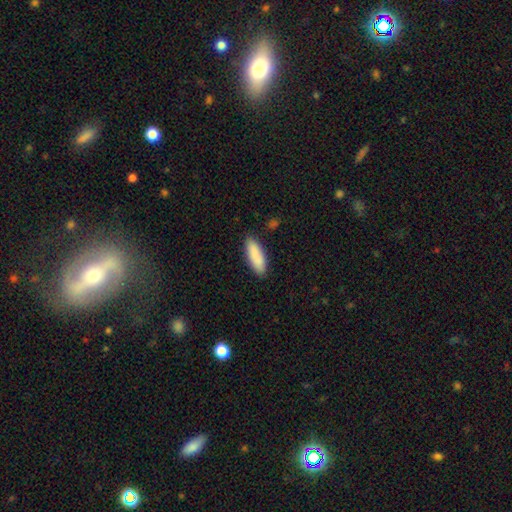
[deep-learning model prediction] Smooth or featured: smooth — 89% (star or artifact — 6%)
How rounded: in between — 62% (cigar-shaped — 36%)
Merging: none — 87% (minor disturbance — 10%)